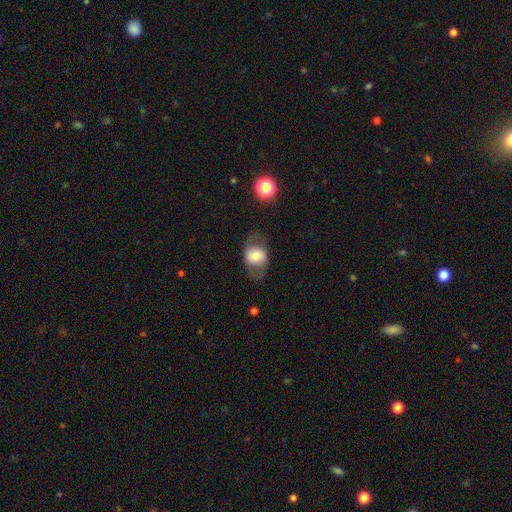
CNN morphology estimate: A smooth galaxy with no disk features (57%) that is in between round and cigar-shaped (60%). Merging: none (69%).